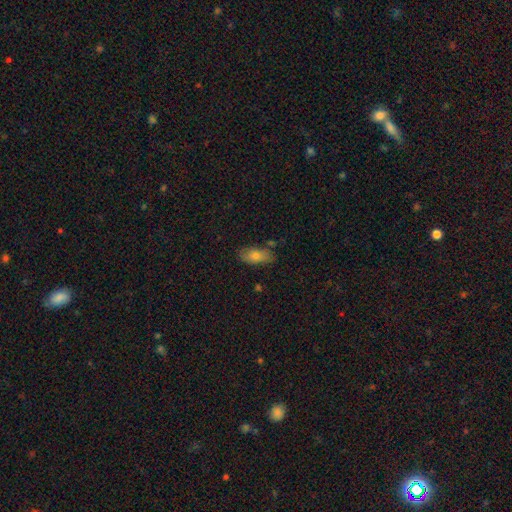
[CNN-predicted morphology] Smooth or featured? smooth (72%)
How rounded? in between (84%)
Merging? none (77%)